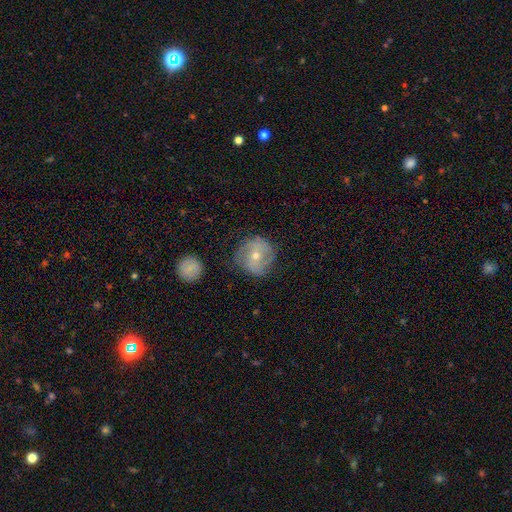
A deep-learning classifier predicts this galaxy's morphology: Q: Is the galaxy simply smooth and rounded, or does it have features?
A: featured or disk — 60%.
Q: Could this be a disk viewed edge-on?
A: no — 97%.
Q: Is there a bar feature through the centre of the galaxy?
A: no — 67%.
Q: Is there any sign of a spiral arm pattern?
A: yes — 78%.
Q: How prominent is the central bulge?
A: moderate — 51%.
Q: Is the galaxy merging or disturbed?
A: none — 70%.